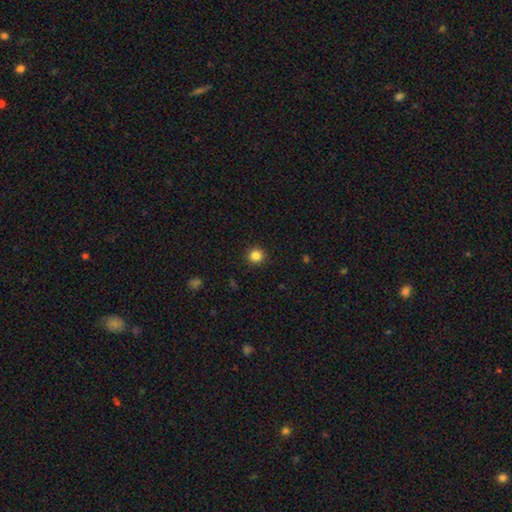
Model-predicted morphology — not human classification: This is clearly a smooth galaxy (84%). How rounded: clearly round (94%). Merging: clearly none (92%).